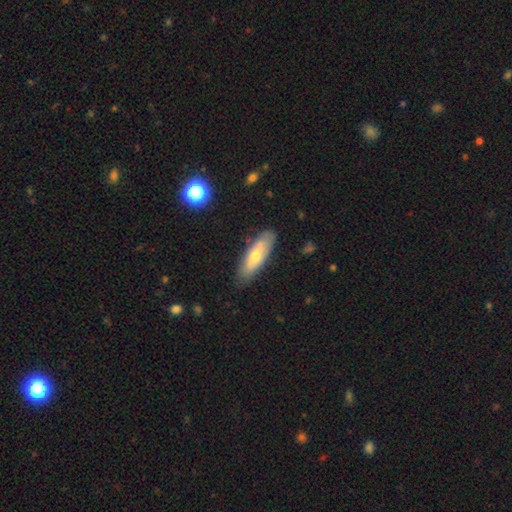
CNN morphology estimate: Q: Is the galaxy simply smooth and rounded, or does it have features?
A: smooth — 58%.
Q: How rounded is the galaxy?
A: in between — 60%.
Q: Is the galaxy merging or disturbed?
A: none — 81%.